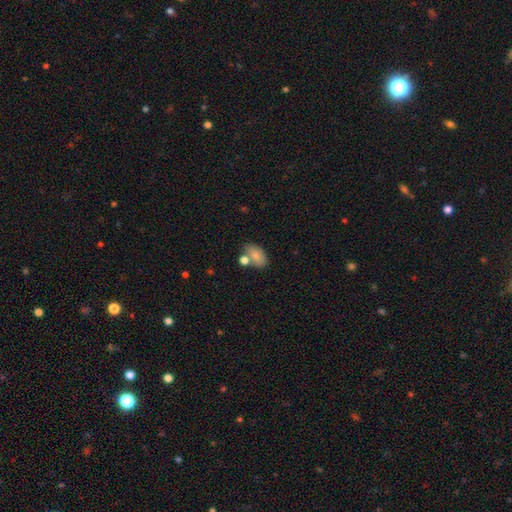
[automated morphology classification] Overall: smooth (78%). How rounded: in between (87%). Merging: none (55%; merger 25%).